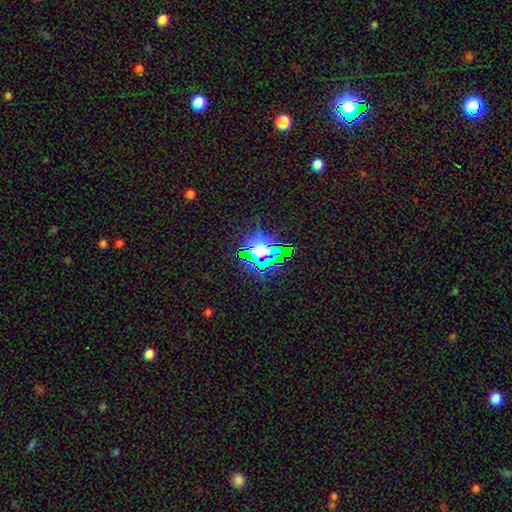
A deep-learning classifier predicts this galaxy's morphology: Smooth or featured? star or artifact (71%)